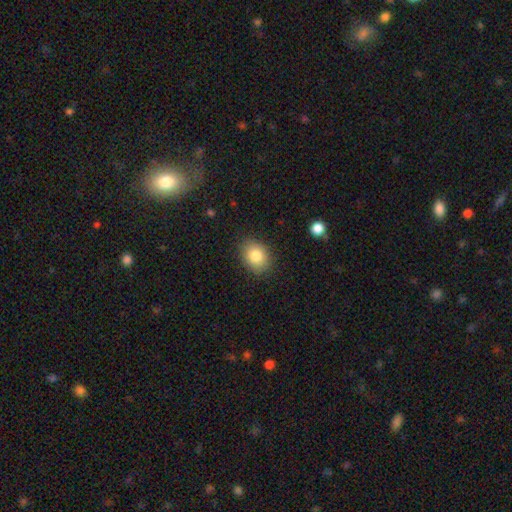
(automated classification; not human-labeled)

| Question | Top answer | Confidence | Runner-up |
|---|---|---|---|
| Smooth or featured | smooth | 82% | star or artifact (9%) |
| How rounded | in between | 54% | round (45%) |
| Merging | none | 85% | minor disturbance (11%) |